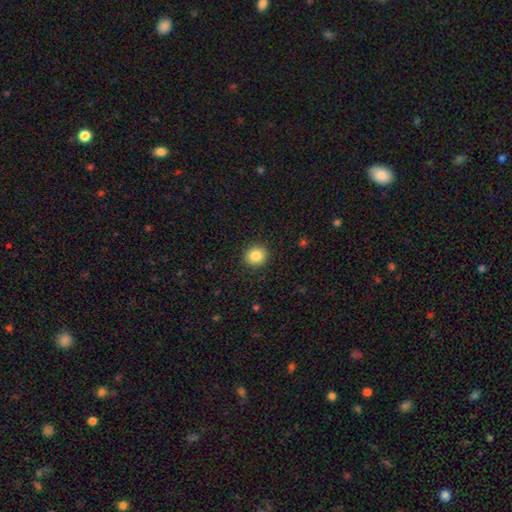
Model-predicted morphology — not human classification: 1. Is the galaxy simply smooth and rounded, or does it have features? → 85% smooth, 10% star or artifact, 5% featured or disk.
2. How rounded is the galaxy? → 85% round, 14% in between, 1% cigar-shaped.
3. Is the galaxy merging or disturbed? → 91% none, 6% minor disturbance, 2% major disturbance, 1% merger.